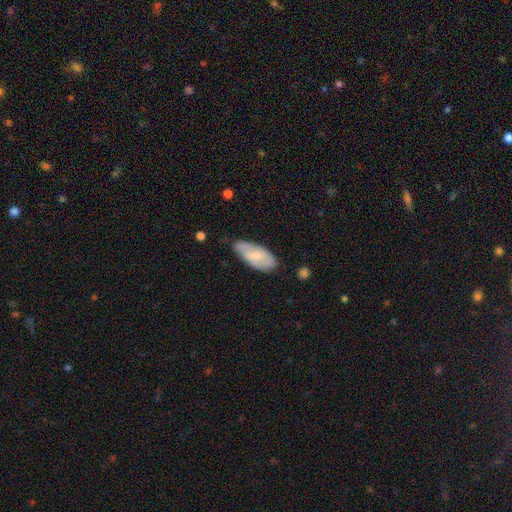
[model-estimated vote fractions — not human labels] Smooth or featured: smooth — 67% (featured or disk — 27%)
How rounded: in between — 86% (cigar-shaped — 12%)
Merging: none — 62% (minor disturbance — 30%)